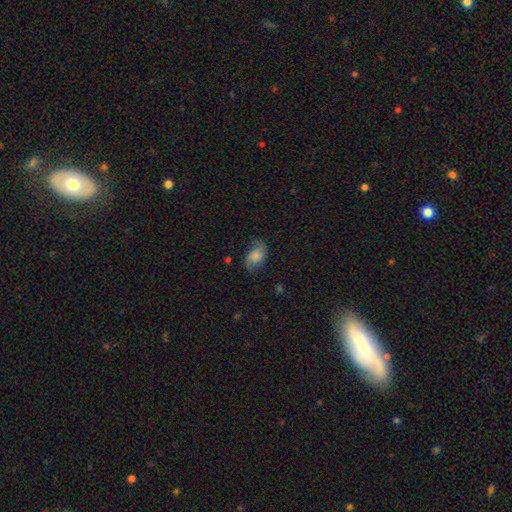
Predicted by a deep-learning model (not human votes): A smooth galaxy with no disk features (52%) that is in between round and cigar-shaped (86%). Merging: none (68%).